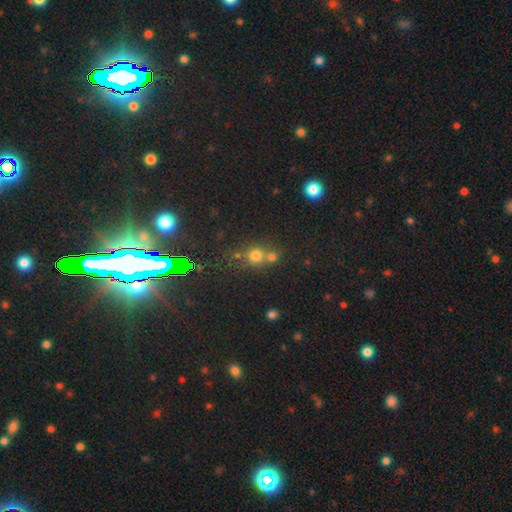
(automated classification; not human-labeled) Morphology: type=smooth (70%); roundness=round (86%); merging=none (49%).